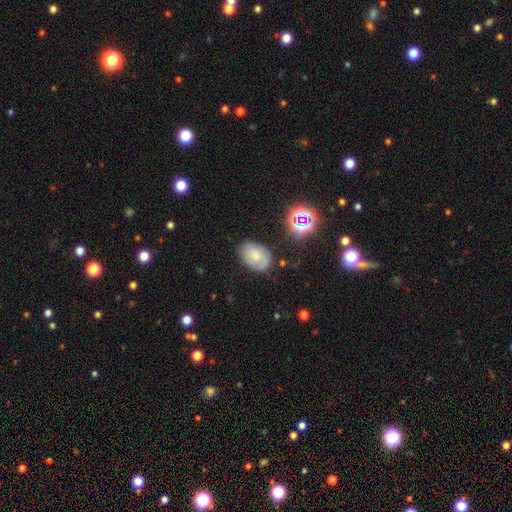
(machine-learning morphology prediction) A smooth galaxy with no disk features (63%) that is in between round and cigar-shaped (82%). Merging: none (72%).